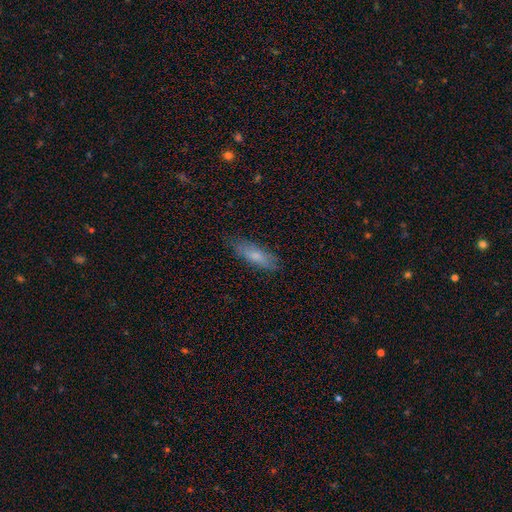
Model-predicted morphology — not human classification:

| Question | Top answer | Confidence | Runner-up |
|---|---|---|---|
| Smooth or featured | smooth | 72% | featured or disk (22%) |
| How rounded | cigar-shaped | 50% | in between (48%) |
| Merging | none | 79% | minor disturbance (17%) |